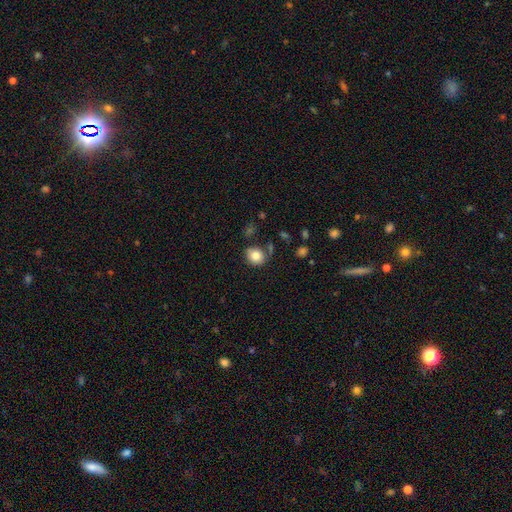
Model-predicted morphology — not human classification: A smooth galaxy with no disk features (81%) that is round (73%). Merging: none (71%).